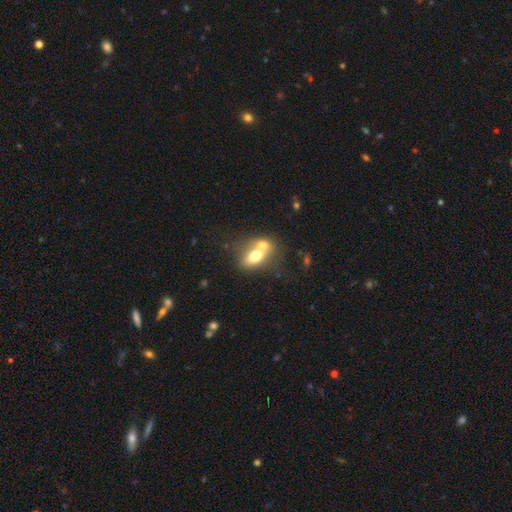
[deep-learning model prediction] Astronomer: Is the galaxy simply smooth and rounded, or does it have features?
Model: smooth — 66%.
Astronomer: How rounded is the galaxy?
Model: in between — 78%.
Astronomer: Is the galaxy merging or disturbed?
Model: merger — 57%.